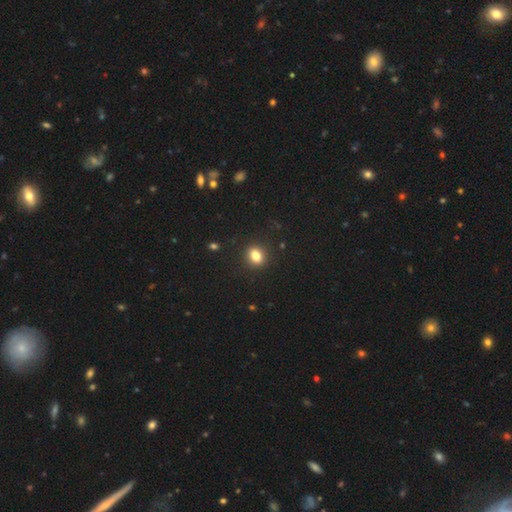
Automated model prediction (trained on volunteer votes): Q: Smooth or featured?
A: smooth (81%); runner-up: star or artifact (12%)
Q: How rounded?
A: round (51%); runner-up: in between (48%)
Q: Merging?
A: none (89%); runner-up: minor disturbance (7%)